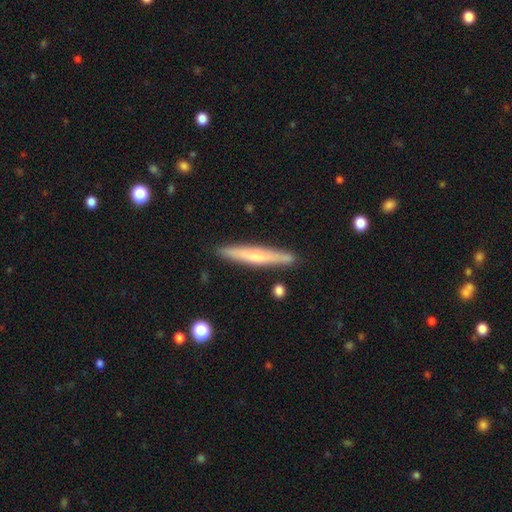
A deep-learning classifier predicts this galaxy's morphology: Overall: smooth (52%; featured or disk 42%). How rounded: cigar-shaped (95%). Merging: none (87%).